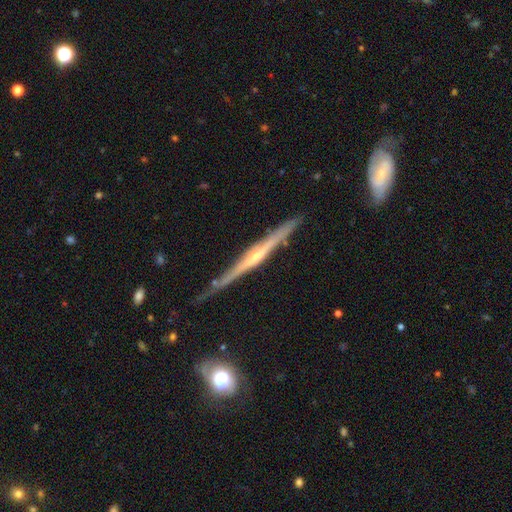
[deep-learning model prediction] Overall: featured or disk (82%). Edge-on disk: yes (97%). Edge-on bulge: rounded (66%; none 26%). Merging: none (80%).